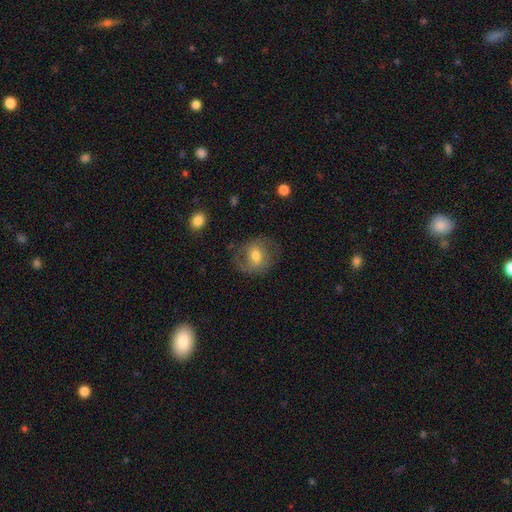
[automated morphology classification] Smooth or featured? smooth (47%)
Merging? none (68%)